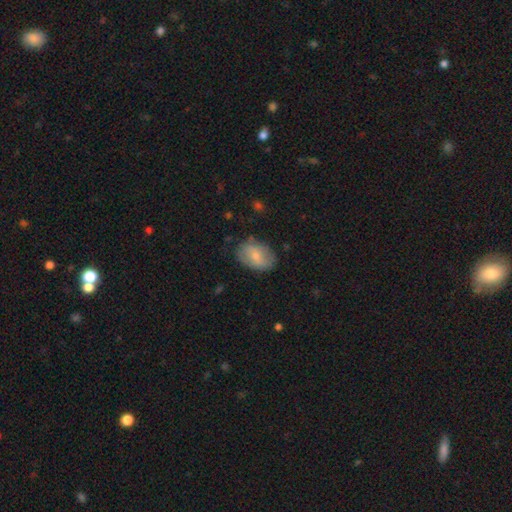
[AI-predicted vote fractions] smooth_or_featured: smooth (p=0.66) [alt: featured or disk p=0.27]
how_rounded: in between (p=0.82) [alt: round p=0.16]
merging: none (p=0.76) [alt: minor disturbance p=0.17]